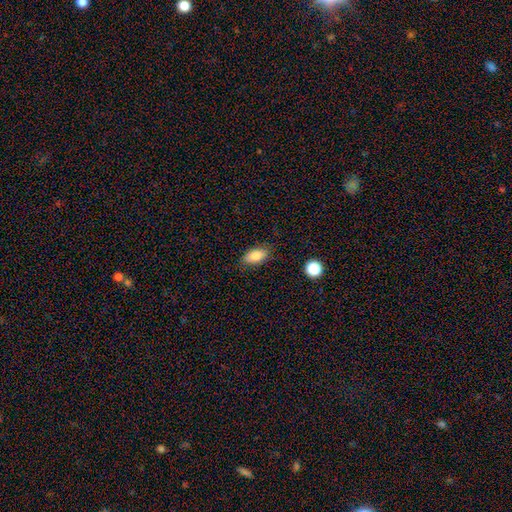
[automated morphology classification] type=smooth (83%); roundness=in between (90%); merging=none (81%).